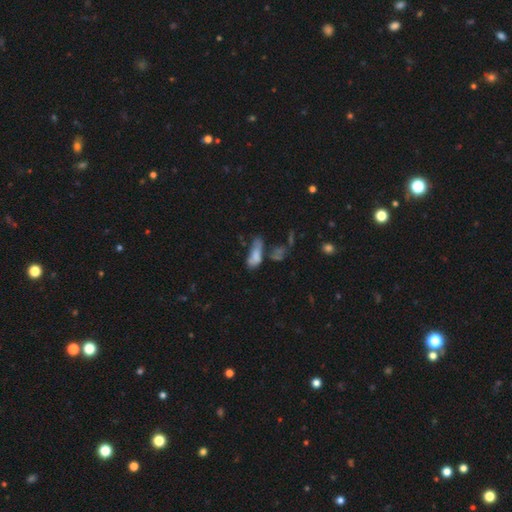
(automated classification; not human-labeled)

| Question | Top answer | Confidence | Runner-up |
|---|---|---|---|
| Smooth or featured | smooth | 67% | featured or disk (21%) |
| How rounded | in between | 70% | cigar-shaped (25%) |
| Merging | none | 28% | tied: merger (28%) |